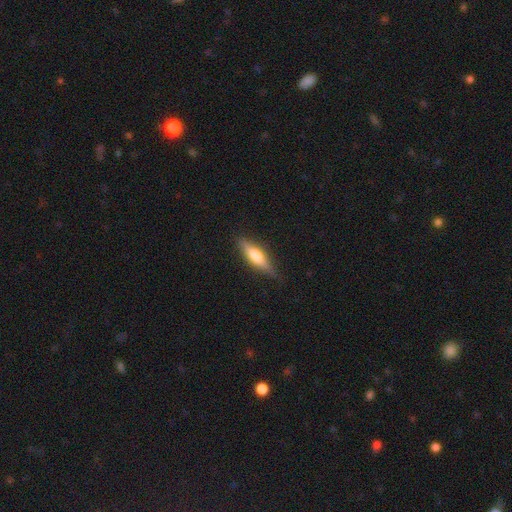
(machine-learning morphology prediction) A smooth galaxy with no disk features (53%) that is cigar-shaped (65%). Merging: none (84%).